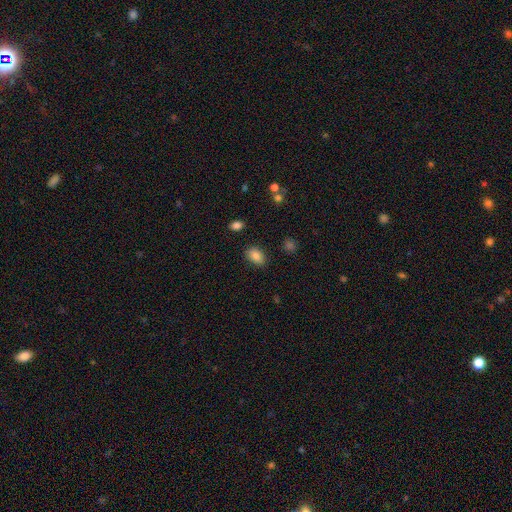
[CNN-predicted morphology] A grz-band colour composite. It shows a smooth galaxy with no disk features (84%) that is in between round and cigar-shaped (85%). Merging: none (84%).